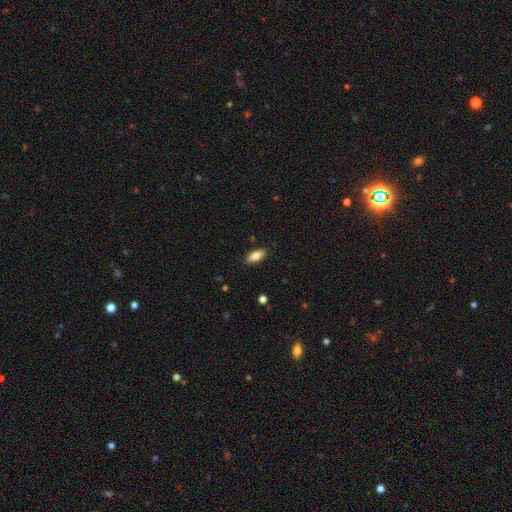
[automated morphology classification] Smooth or featured? Predicted: smooth (p=0.82). How rounded? Predicted: in between (p=0.81). Merging? Predicted: none (p=0.88).